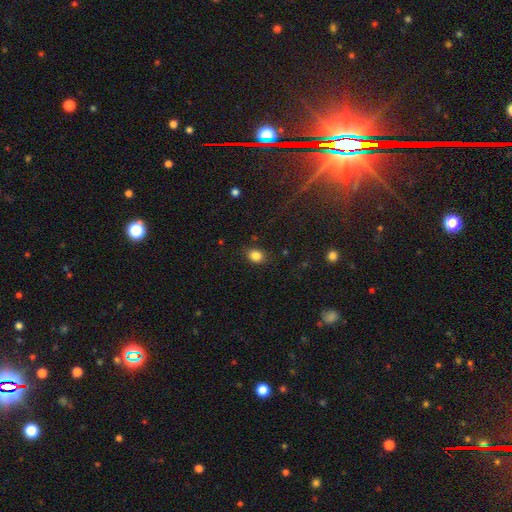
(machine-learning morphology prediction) Q: Smooth or featured?
A: smooth (84%); runner-up: star or artifact (11%)
Q: How rounded?
A: in between (57%); runner-up: round (42%)
Q: Merging?
A: none (86%); runner-up: minor disturbance (10%)